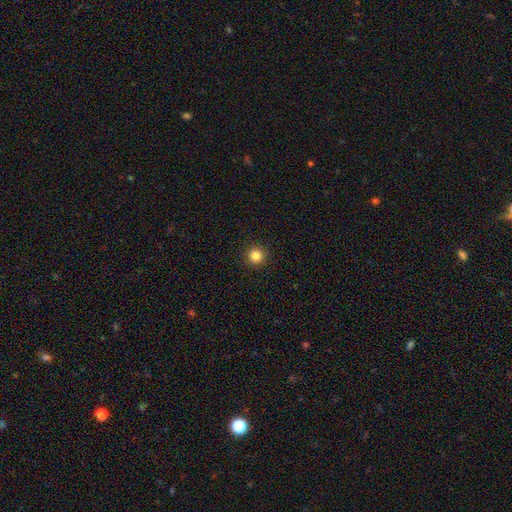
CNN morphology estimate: A smooth galaxy with no disk features (84%) that is round (95%). Merging: none (92%).